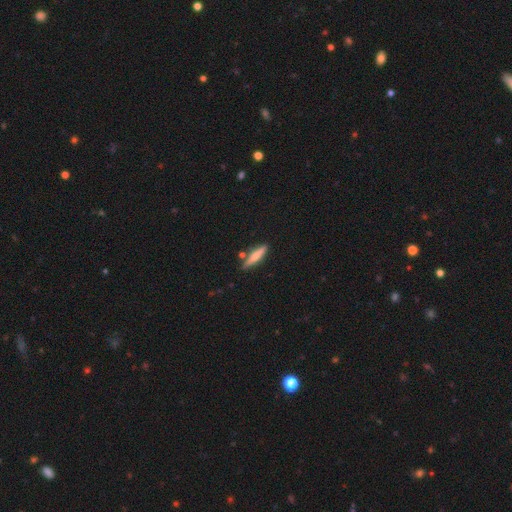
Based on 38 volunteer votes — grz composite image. It shows a smooth galaxy with no disk features (68%) that is cigar-shaped (92%). Merging: none (92%).